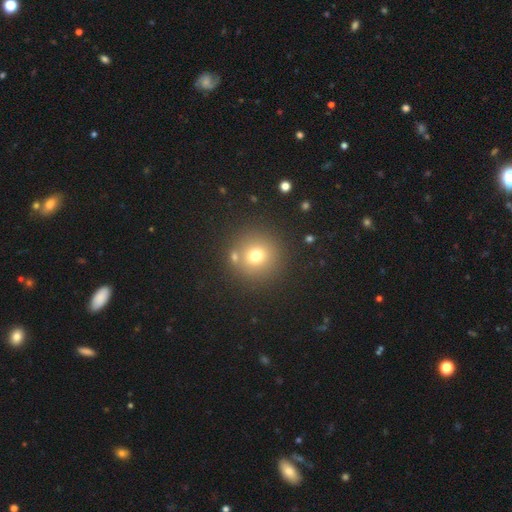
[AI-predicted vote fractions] Q: Smooth or featured?
A: smooth (71%); runner-up: star or artifact (17%)
Q: How rounded?
A: round (93%); runner-up: in between (6%)
Q: Merging?
A: none (79%); runner-up: merger (10%)